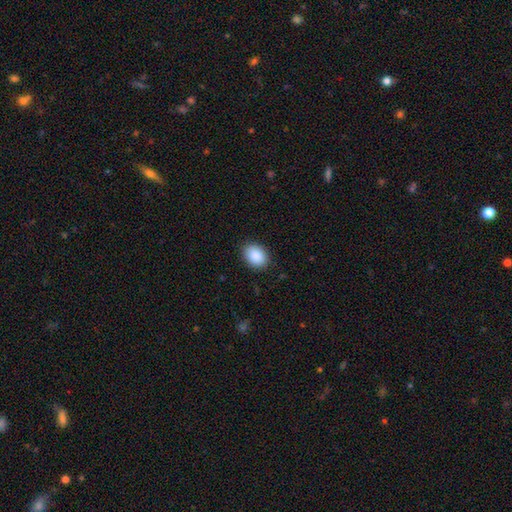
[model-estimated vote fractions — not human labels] Smooth or featured? smooth (89%)
How rounded? in between (68%)
Merging? none (88%)